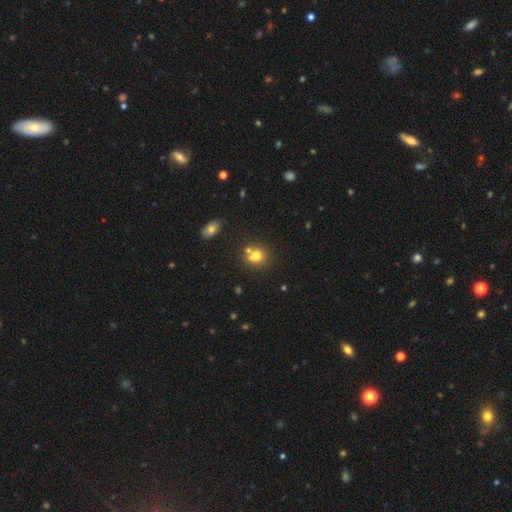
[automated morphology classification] This is likely a smooth galaxy (72%). How rounded: likely round (70%). Merging: possibly none (48%).